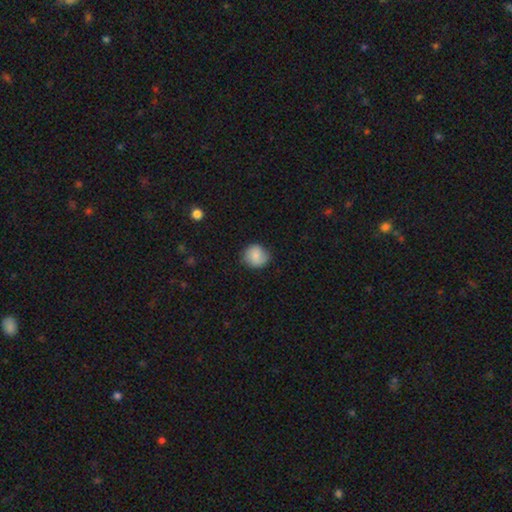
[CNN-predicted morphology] Q: Smooth or featured?
A: smooth (81%); runner-up: featured or disk (11%)
Q: How rounded?
A: round (84%); runner-up: in between (15%)
Q: Merging?
A: none (78%); runner-up: minor disturbance (17%)